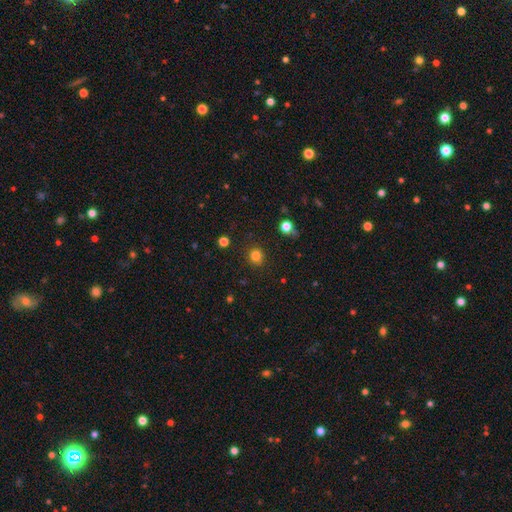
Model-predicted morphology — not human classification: Overall: smooth (81%). How rounded: round (90%). Merging: none (89%).